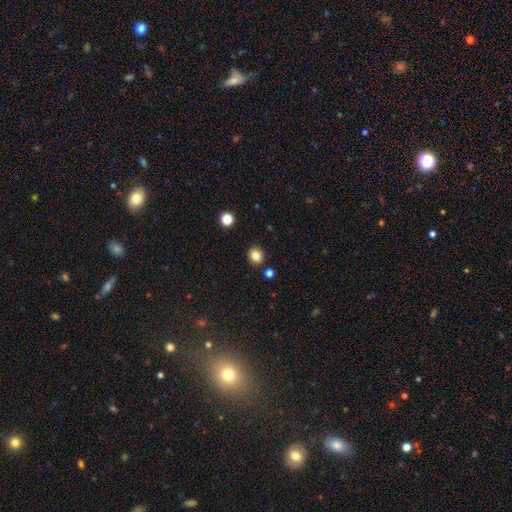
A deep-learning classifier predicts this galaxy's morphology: smooth 82%, star or artifact 12%, featured or disk 6%. Down the decision tree: how rounded — round (81%); merging — none (89%).